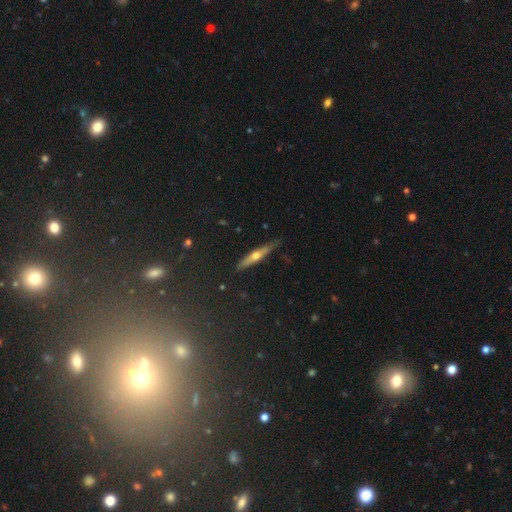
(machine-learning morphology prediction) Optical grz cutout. It shows a featured or disk galaxy (53%) viewed edge-on (91%). Merging: none (80%).